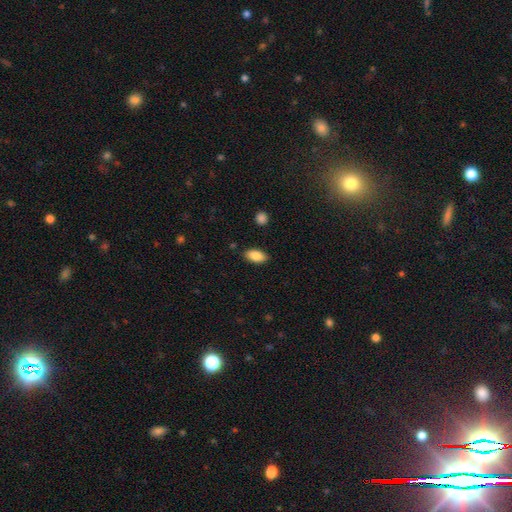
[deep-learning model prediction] Smooth or featured? Predicted: smooth (p=0.87). How rounded? Predicted: in between (p=0.92). Merging? Predicted: none (p=0.87).